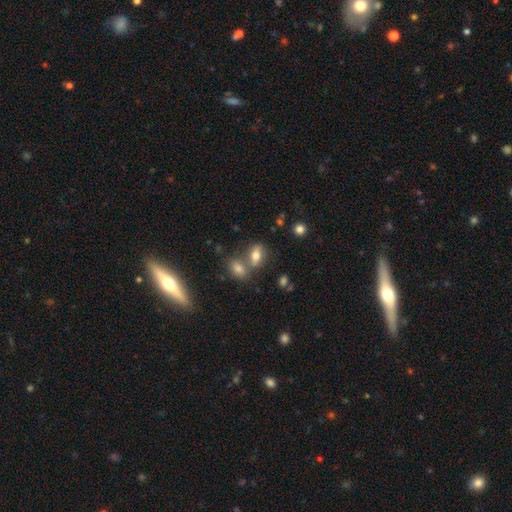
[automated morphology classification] The model was most divided on "merging": none: 48%, merger: 37%, minor disturbance: 11%, major disturbance: 5%. More confident: how rounded — in between (83%); smooth or featured — smooth (73%).